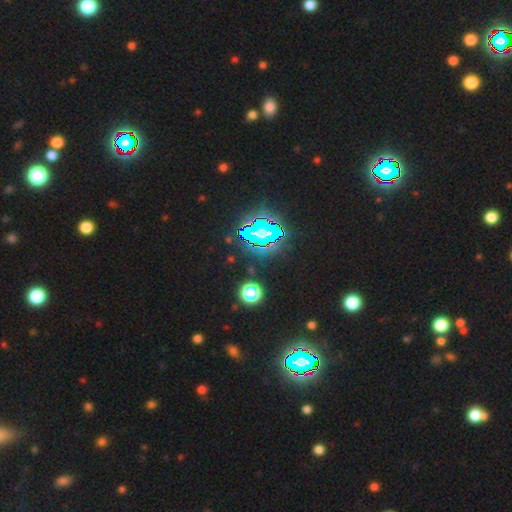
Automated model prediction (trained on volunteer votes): A star or artifact, not a galaxy (81%).

Vote fractions:
- Smooth or featured? star or artifact: 81% / smooth: 11% / featured or disk: 8%